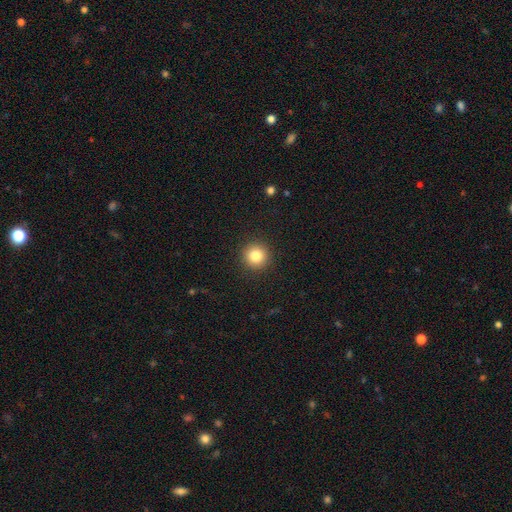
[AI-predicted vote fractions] Smooth or featured? smooth (83%)
How rounded? round (95%)
Merging? none (92%)